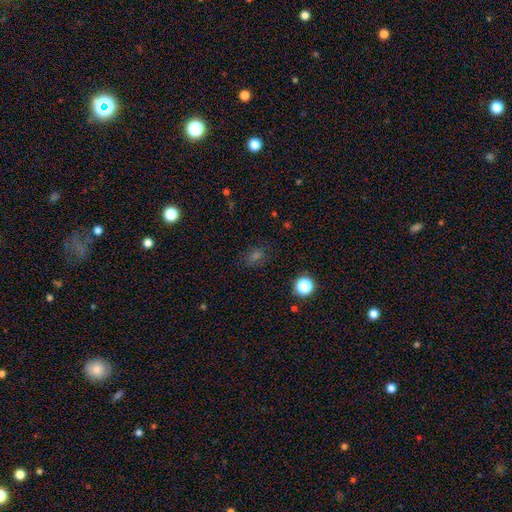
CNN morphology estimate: Q: Smooth or featured?
A: smooth (55%); runner-up: star or artifact (34%)
Q: How rounded?
A: in between (53%); runner-up: round (45%)
Q: Merging?
A: none (80%); runner-up: minor disturbance (13%)